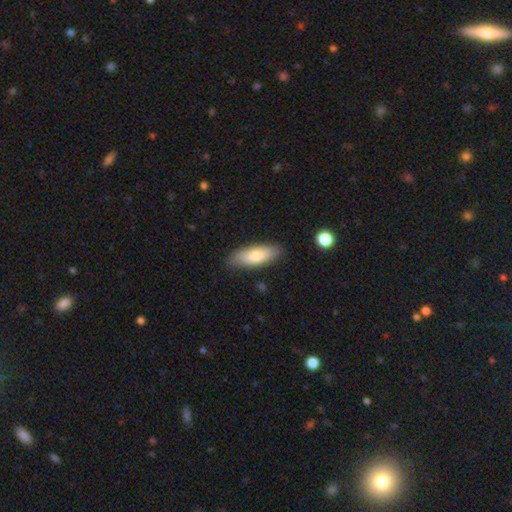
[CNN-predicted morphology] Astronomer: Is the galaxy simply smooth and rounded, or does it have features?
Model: smooth — 72%.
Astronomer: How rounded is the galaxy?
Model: in between — 67%.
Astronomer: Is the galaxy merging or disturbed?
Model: none — 84%.